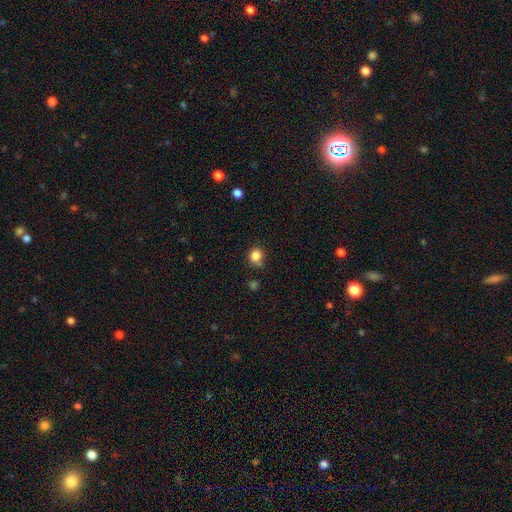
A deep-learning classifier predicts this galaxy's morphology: A smooth galaxy with no disk features (84%) that is round (84%).

Vote fractions:
- Smooth or featured? smooth: 84% / star or artifact: 11% / featured or disk: 5%
- How rounded? round: 84% / in between: 15% / cigar-shaped: 1%
- Merging? none: 68% / minor disturbance: 22% / merger: 6% / major disturbance: 5%